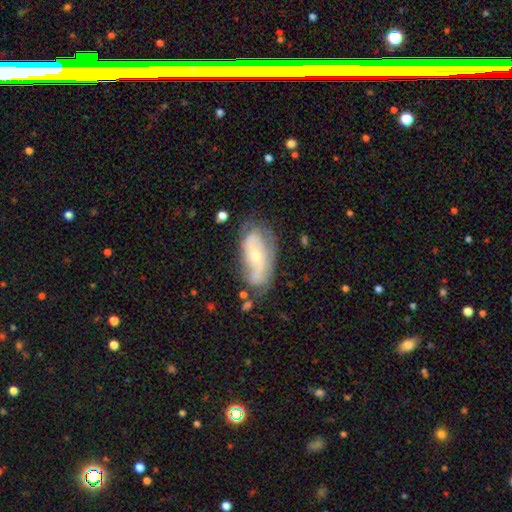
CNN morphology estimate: This is likely a featured or disk galaxy (70%). It is clearly not viewed edge-on (92%). Bar: likely no (61%). Spiral arm pattern: clearly yes (80%). Spiral arm count: possibly 2 (56%). Spiral winding: marginally medium (38%). Central bulge: possibly small (59%). Merging: possibly none (58%).